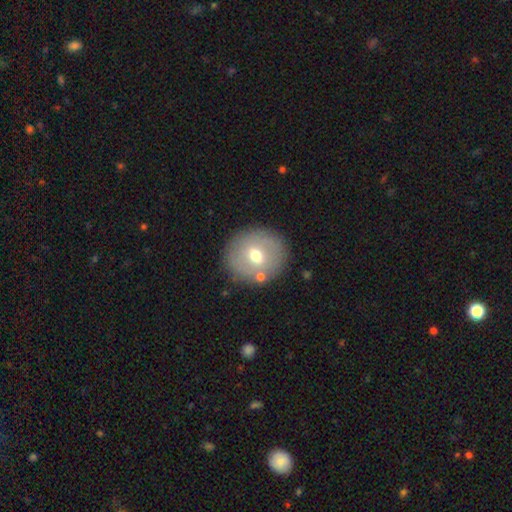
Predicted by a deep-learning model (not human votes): smooth 55%, featured or disk 36%, star or artifact 9%. Down the decision tree: how rounded — round (82%); merging — none (82%).